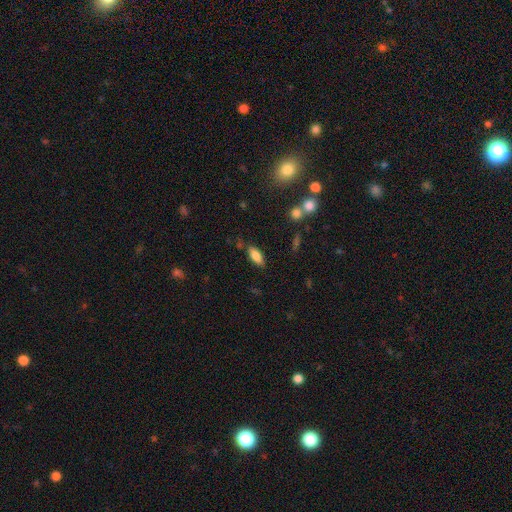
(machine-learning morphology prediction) smooth_or_featured: smooth (p=0.80) [alt: featured or disk p=0.12]
how_rounded: in between (p=0.76) [alt: cigar-shaped p=0.21]
merging: none (p=0.77) [alt: minor disturbance p=0.16]